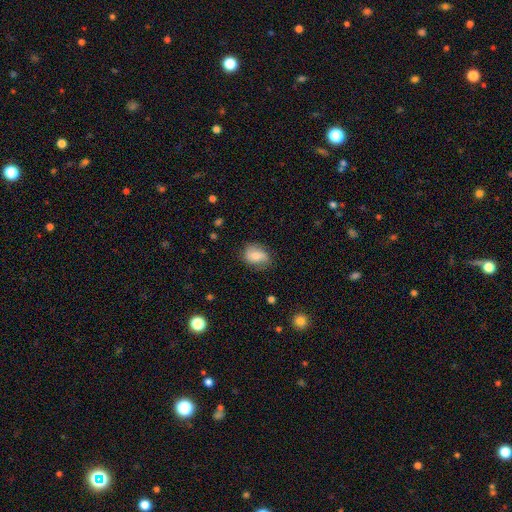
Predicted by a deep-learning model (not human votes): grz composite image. It shows a smooth galaxy with no disk features (69%) that is in between round and cigar-shaped (66%). Merging: none (67%).